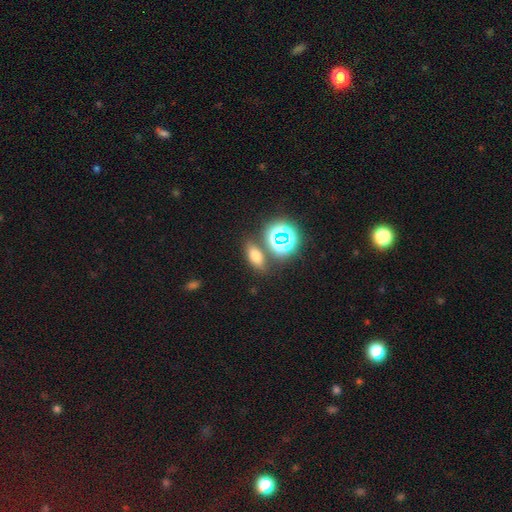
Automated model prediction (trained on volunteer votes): The model was most divided on "smooth or featured": smooth: 62%, star or artifact: 26%, featured or disk: 12%. More confident: merging — none (77%); how rounded — in between (72%).